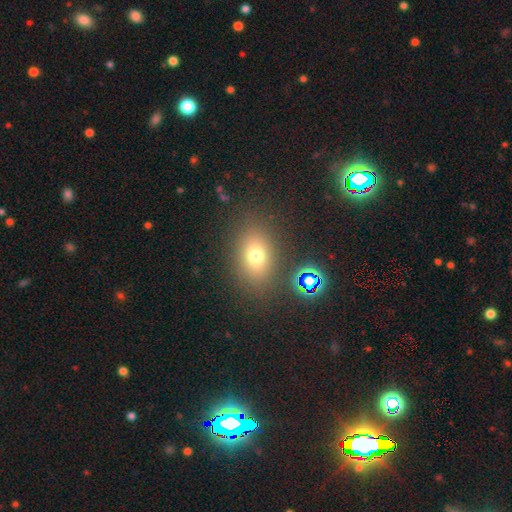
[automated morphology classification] type=smooth (71%); roundness=in between (69%); merging=none (82%).